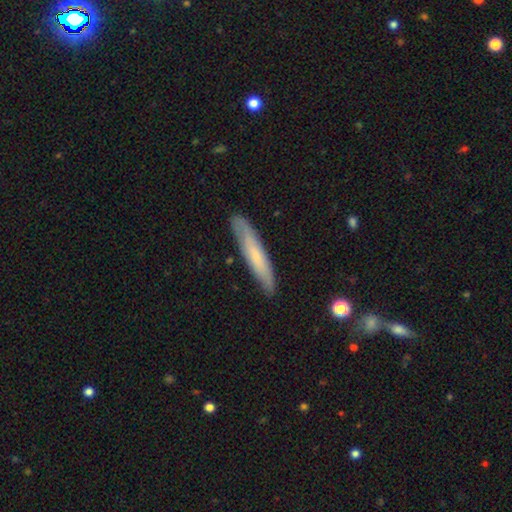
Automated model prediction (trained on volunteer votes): Smooth or featured? smooth (62%)
How rounded? cigar-shaped (91%)
Merging? none (84%)